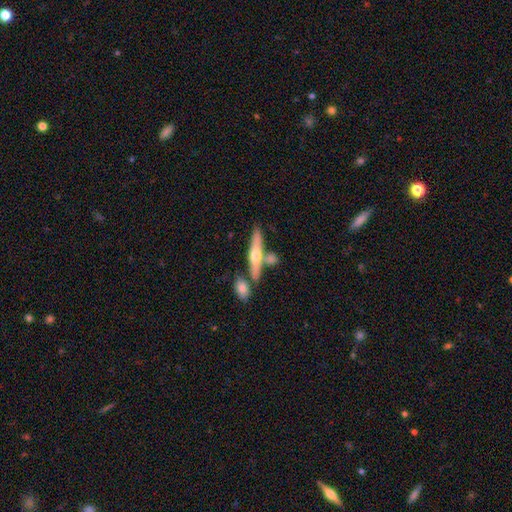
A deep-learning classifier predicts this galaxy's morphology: Smooth or featured?
  - featured or disk: 54% *
  - smooth: 40%
  - star or artifact: 6%
Edge-on disk?
  - yes: 92% *
  - no: 8%
Edge-on bulge?
  - rounded: 90% *
  - none: 5%
  - boxy: 4%
Merging?
  - none: 67% *
  - merger: 19%
  - minor disturbance: 11%
  - major disturbance: 3%